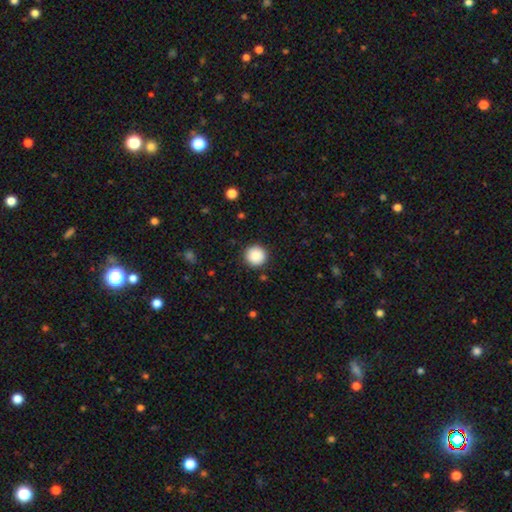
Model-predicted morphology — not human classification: This appears to be a smooth galaxy with no disk features (89%) that is round (96%). Merging: none (92%).